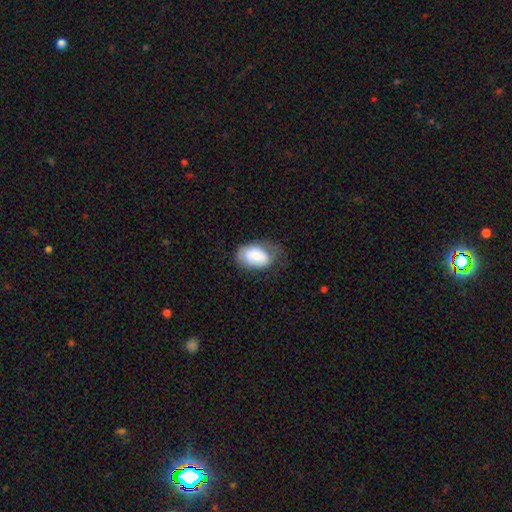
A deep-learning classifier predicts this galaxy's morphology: This appears to be a smooth galaxy with no disk features (77%) that is in between round and cigar-shaped (90%). Merging: none (50%).